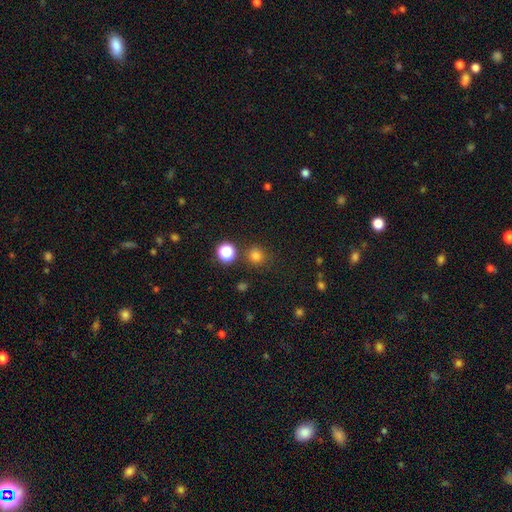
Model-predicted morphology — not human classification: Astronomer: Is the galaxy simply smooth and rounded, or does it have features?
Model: smooth — 78%.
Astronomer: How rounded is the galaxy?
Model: round — 89%.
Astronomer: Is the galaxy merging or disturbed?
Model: none — 82%.